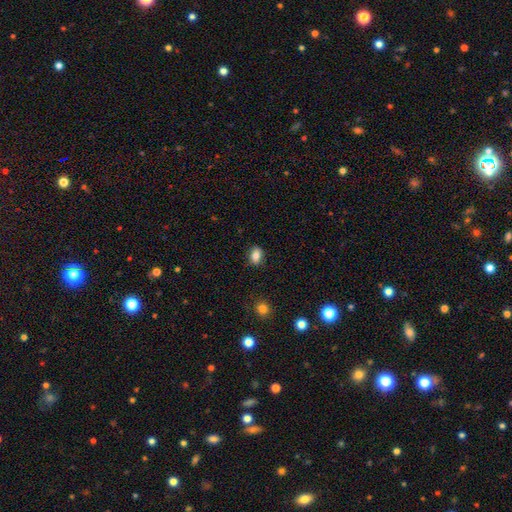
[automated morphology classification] Smooth or featured? smooth (81%)
How rounded? in between (69%)
Merging? none (86%)